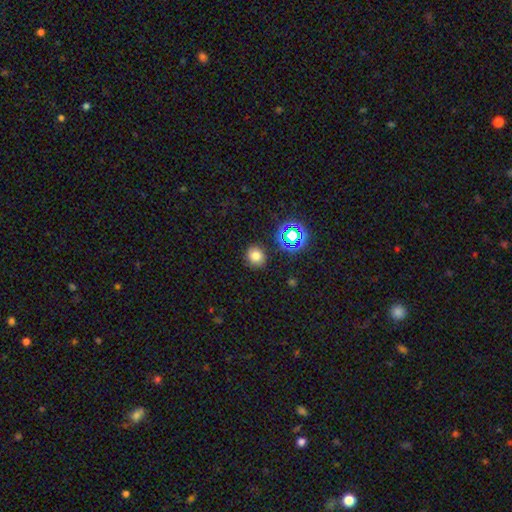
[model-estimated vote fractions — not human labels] Smooth or featured?
  - smooth: 72% *
  - star or artifact: 20%
  - featured or disk: 7%
How rounded?
  - round: 84% *
  - in between: 15%
  - cigar-shaped: 1%
Merging?
  - none: 86% *
  - minor disturbance: 8%
  - major disturbance: 3%
  - merger: 2%